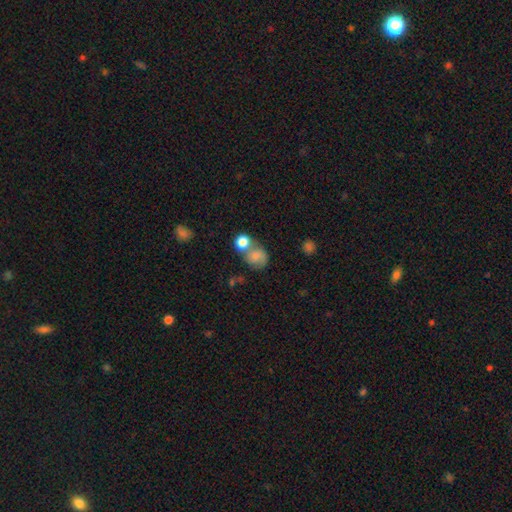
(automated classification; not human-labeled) The model was most divided on "merging": none: 40%, merger: 37%, minor disturbance: 15%, major disturbance: 8%. More confident: smooth or featured — smooth (78%); how rounded — round (67%).